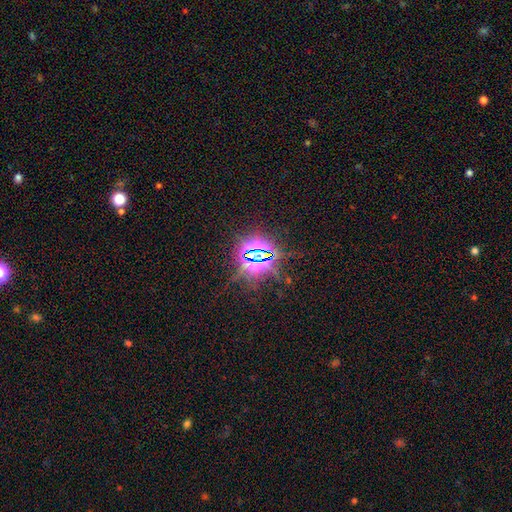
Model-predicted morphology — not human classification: type=star or artifact (84%).